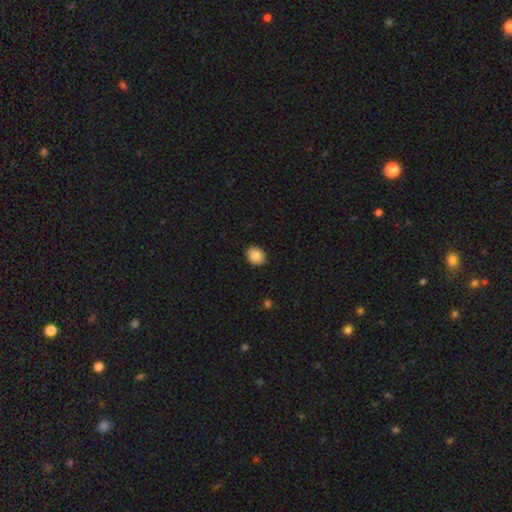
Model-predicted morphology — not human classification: Smooth or featured?
  - smooth: 88% *
  - star or artifact: 8%
  - featured or disk: 4%
How rounded?
  - in between: 56% *
  - round: 43%
  - cigar-shaped: 1%
Merging?
  - none: 88% *
  - minor disturbance: 9%
  - major disturbance: 2%
  - merger: 1%